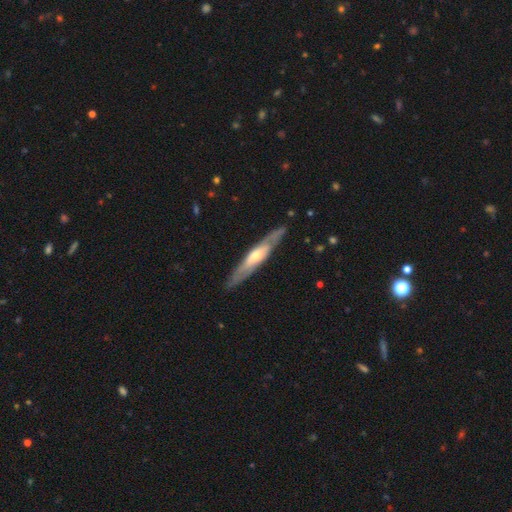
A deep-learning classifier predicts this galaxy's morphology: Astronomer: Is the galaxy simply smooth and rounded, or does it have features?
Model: featured or disk — 69%.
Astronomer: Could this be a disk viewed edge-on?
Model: yes — 73%.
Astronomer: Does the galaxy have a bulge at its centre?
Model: rounded — 72%.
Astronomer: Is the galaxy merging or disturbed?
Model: none — 86%.